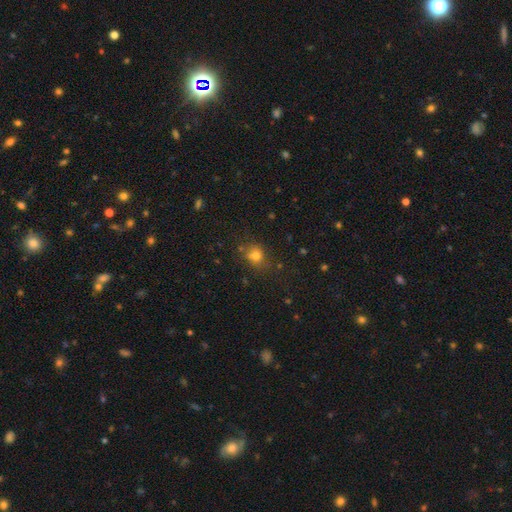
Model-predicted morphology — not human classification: smooth_or_featured: smooth (p=0.72) [alt: star or artifact p=0.18]
how_rounded: round (p=0.70) [alt: in between p=0.29]
merging: none (p=0.64) [alt: minor disturbance p=0.16]